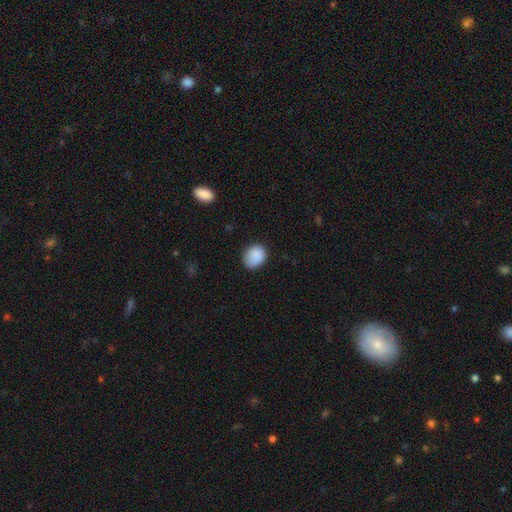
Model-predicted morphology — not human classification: smooth 89%, star or artifact 8%, featured or disk 3%. Down the decision tree: how rounded — round (65%); merging — none (77%).